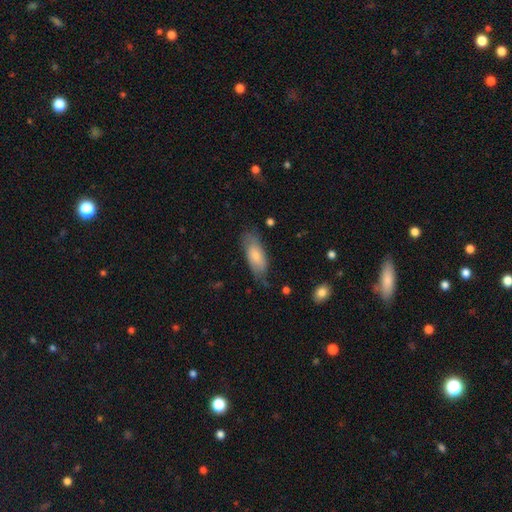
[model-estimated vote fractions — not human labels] Smooth or featured? Predicted: smooth (p=0.72). How rounded? Predicted: in between (p=0.80). Merging? Predicted: none (p=0.64).